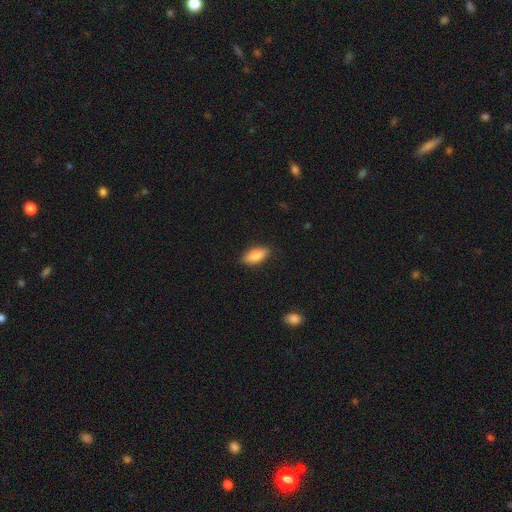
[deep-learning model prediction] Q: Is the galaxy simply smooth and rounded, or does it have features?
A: smooth — 85%.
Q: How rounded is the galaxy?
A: in between — 84%.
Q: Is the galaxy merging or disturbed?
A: none — 86%.